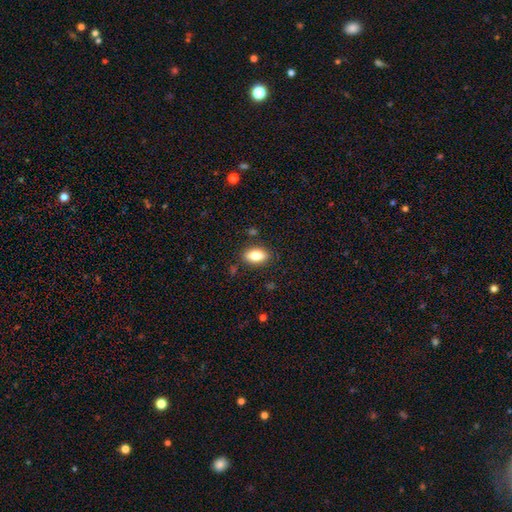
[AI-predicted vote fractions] A smooth galaxy with no disk features (81%) that is in between round and cigar-shaped (89%).

Vote fractions:
- Smooth or featured? smooth: 81% / featured or disk: 11% / star or artifact: 8%
- How rounded? in between: 89% / round: 6% / cigar-shaped: 6%
- Merging? none: 86% / minor disturbance: 10% / major disturbance: 3% / merger: 2%